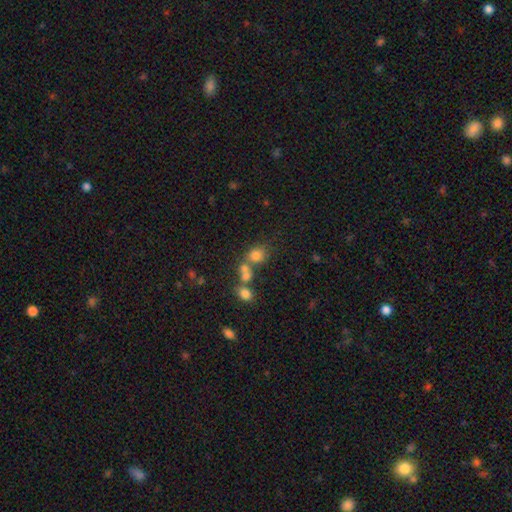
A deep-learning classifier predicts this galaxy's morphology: Smooth or featured? smooth (61%)
How rounded? round (76%)
Merging? none (50%)